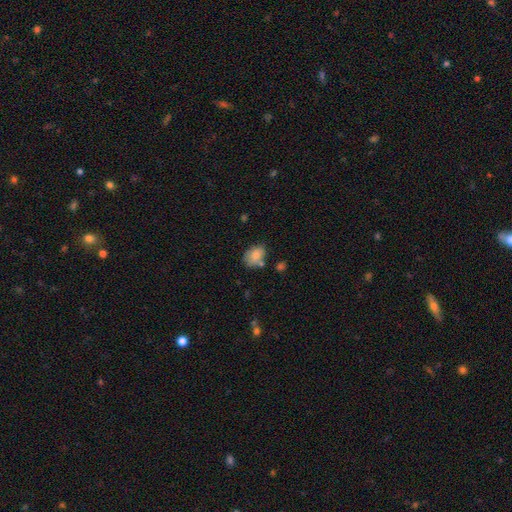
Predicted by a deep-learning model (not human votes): smooth_or_featured: smooth (p=0.82) [alt: featured or disk p=0.10]
how_rounded: in between (p=0.78) [alt: round p=0.21]
merging: none (p=0.57) [alt: minor disturbance p=0.24]